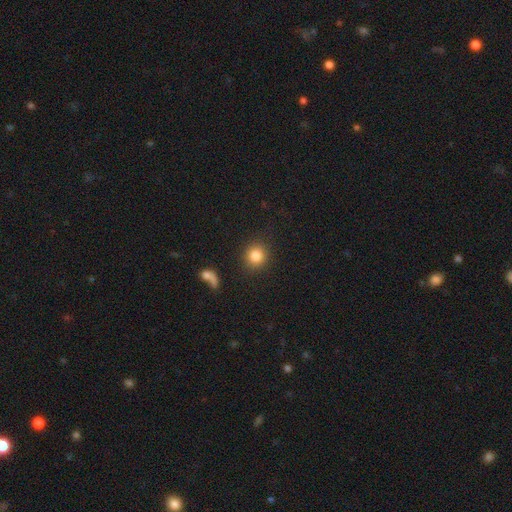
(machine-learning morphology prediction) Smooth or featured: smooth — 84% (star or artifact — 10%)
How rounded: round — 89% (in between — 10%)
Merging: none — 87% (minor disturbance — 7%)